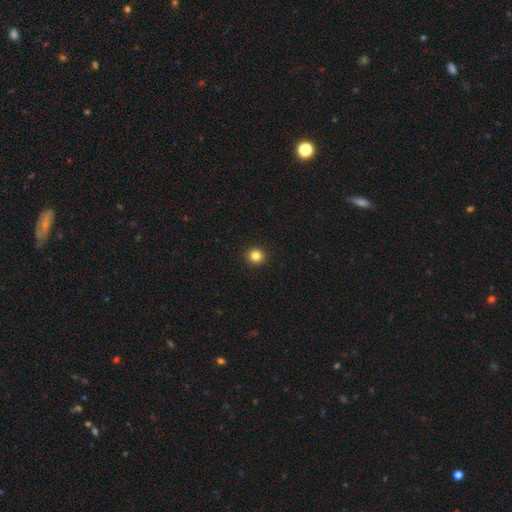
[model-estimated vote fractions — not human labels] Morphology: type=smooth (84%); roundness=round (92%); merging=none (93%).